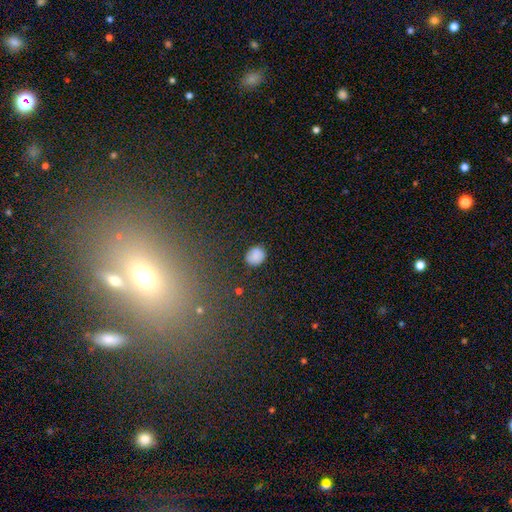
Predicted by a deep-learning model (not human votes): Smooth or featured: smooth — 84% (star or artifact — 10%)
How rounded: round — 65% (in between — 34%)
Merging: none — 82% (minor disturbance — 13%)